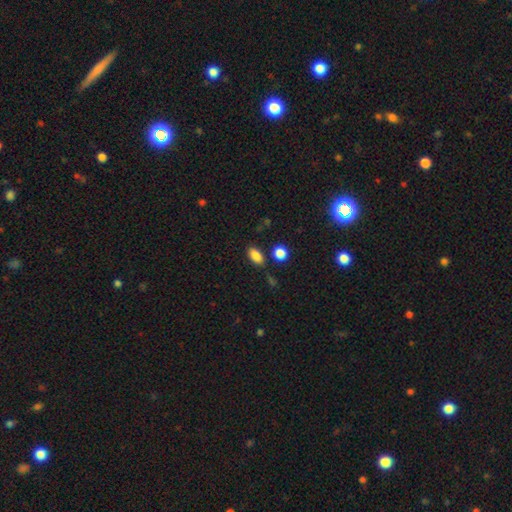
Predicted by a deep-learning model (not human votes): This is clearly a smooth galaxy (86%). How rounded: clearly in between (88%). Merging: likely none (80%).